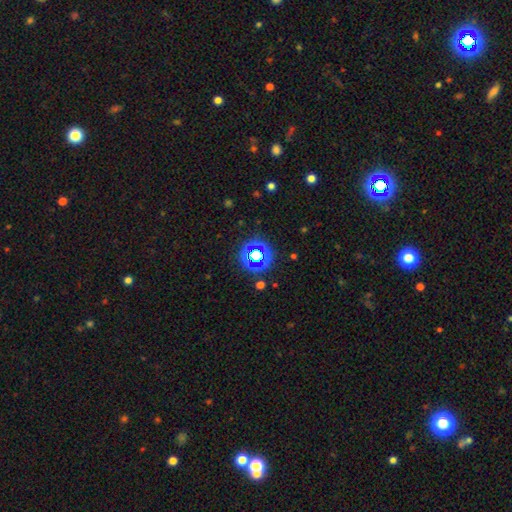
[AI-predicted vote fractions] This appears to be a star or artifact, not a galaxy (62%).